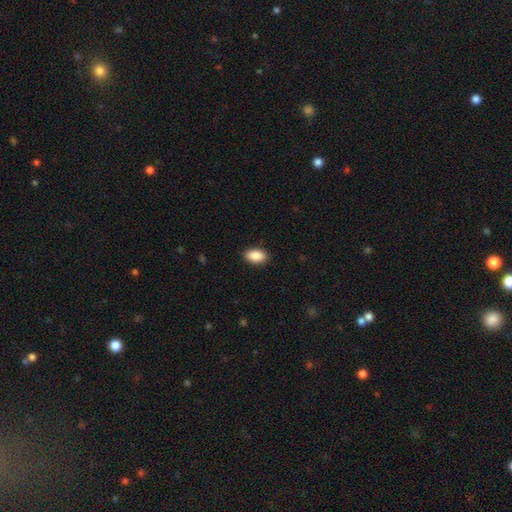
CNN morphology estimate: A smooth galaxy with no disk features (90%) that is in between round and cigar-shaped (92%).

Vote fractions:
- Smooth or featured? smooth: 90% / star or artifact: 7% / featured or disk: 3%
- How rounded? in between: 92% / round: 6% / cigar-shaped: 2%
- Merging? none: 90% / minor disturbance: 8% / major disturbance: 2% / merger: 1%